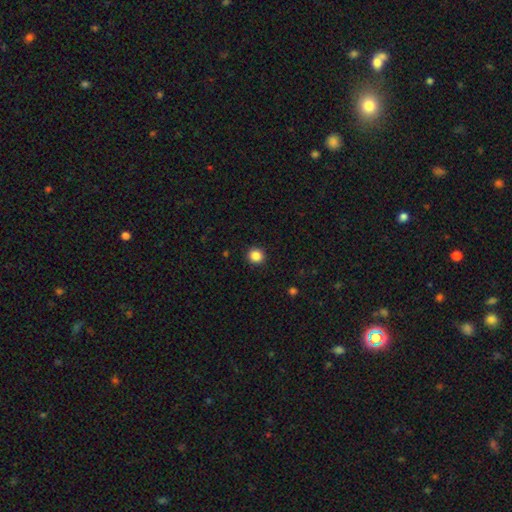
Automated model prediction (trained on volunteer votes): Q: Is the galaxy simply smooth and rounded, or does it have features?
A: smooth — 87%.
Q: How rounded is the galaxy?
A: round — 92%.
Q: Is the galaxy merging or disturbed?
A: none — 92%.